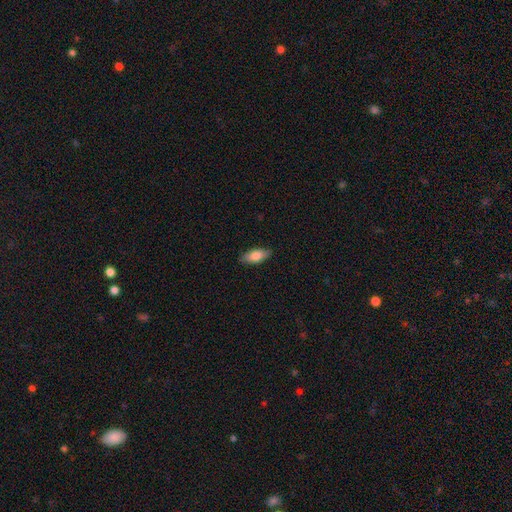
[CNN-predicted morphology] smooth_or_featured: smooth (p=0.81) [alt: featured or disk p=0.13]
how_rounded: in between (p=0.83) [alt: cigar-shaped p=0.15]
merging: none (p=0.86) [alt: minor disturbance p=0.11]